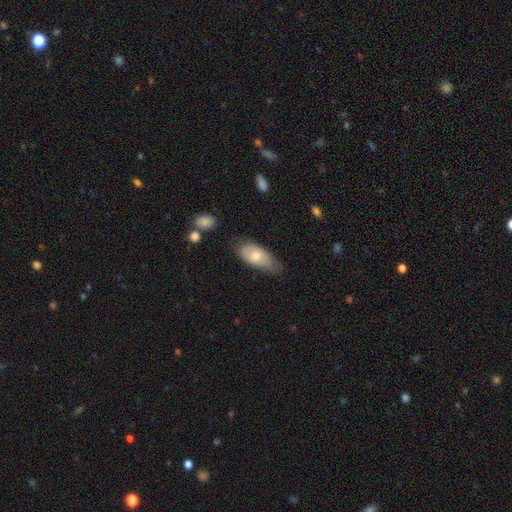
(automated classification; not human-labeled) Q: Smooth or featured?
A: smooth (65%); runner-up: featured or disk (29%)
Q: How rounded?
A: in between (88%); runner-up: cigar-shaped (8%)
Q: Merging?
A: none (57%); runner-up: minor disturbance (32%)